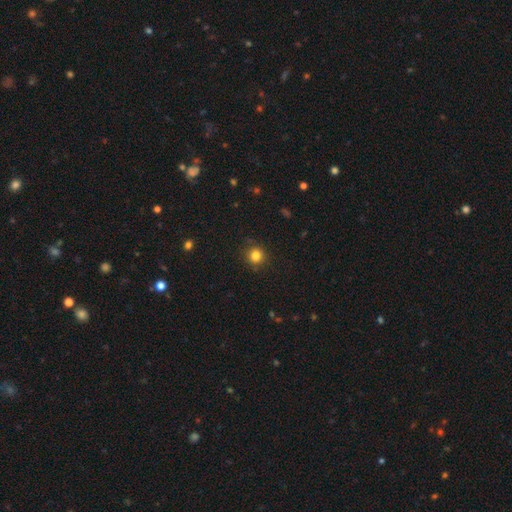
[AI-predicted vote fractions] This is clearly a smooth galaxy (83%). How rounded: clearly round (93%). Merging: clearly none (89%).